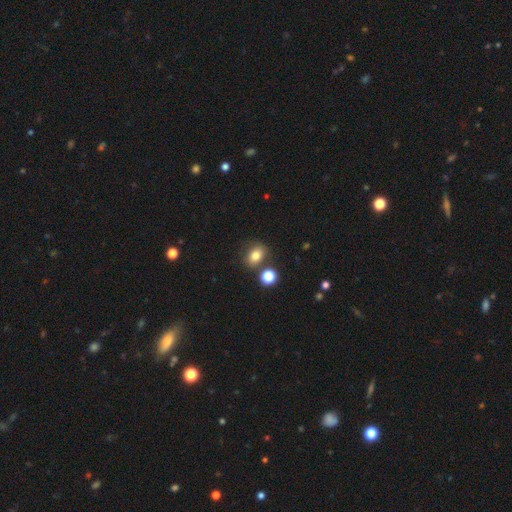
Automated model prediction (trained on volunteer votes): Overall: smooth (78%). How rounded: in between (60%; round 39%). Merging: none (72%).